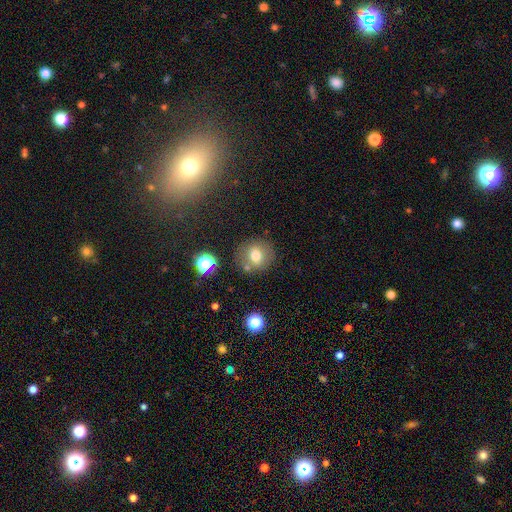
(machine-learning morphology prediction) A smooth galaxy with no disk features (73%) that is round (80%).

Vote fractions:
- Smooth or featured? smooth: 73% / featured or disk: 15% / star or artifact: 12%
- How rounded? round: 80% / in between: 19% / cigar-shaped: 1%
- Merging? none: 76% / minor disturbance: 12% / merger: 8% / major disturbance: 4%